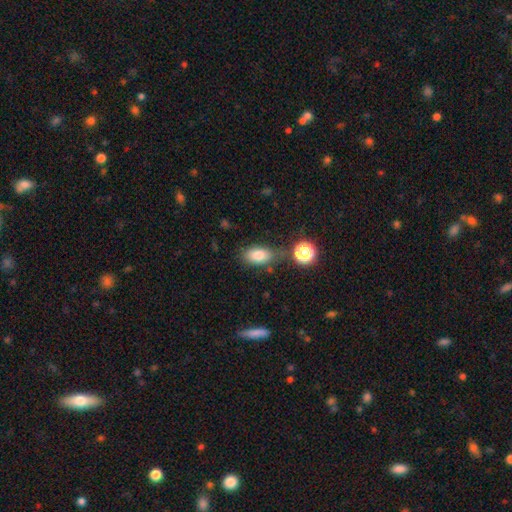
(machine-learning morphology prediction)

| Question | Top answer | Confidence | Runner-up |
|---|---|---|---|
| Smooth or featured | smooth | 81% | star or artifact (10%) |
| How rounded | in between | 87% | round (10%) |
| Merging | none | 71% | minor disturbance (17%) |